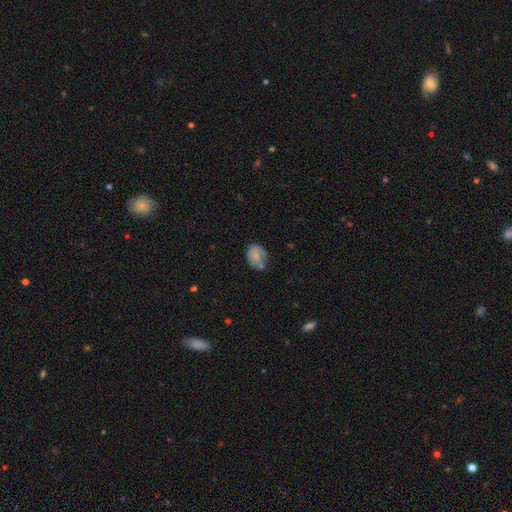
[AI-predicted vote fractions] Overall: smooth (63%; featured or disk 28%). How rounded: in between (57%; round 42%). Merging: none (53%; minor disturbance 29%).